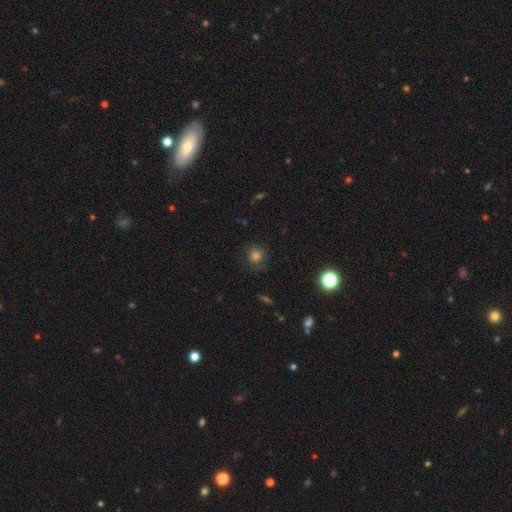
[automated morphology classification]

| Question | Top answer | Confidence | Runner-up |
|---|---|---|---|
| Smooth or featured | smooth | 70% | star or artifact (18%) |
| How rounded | round | 87% | in between (12%) |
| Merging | none | 71% | minor disturbance (18%) |